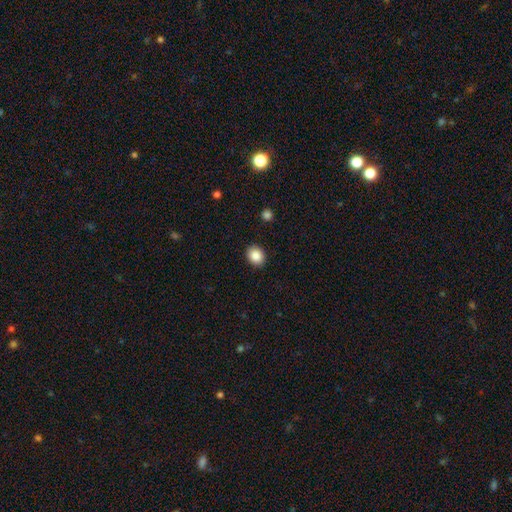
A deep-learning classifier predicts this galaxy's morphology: Smooth or featured? smooth (87%)
How rounded? round (62%)
Merging? none (90%)